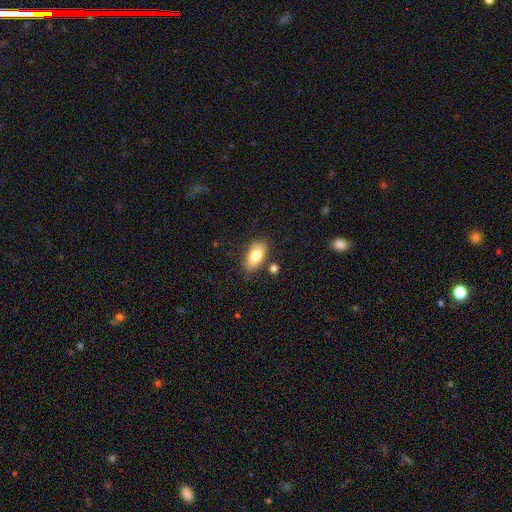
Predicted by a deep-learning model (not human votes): A smooth galaxy with no disk features (79%) that is in between round and cigar-shaped (89%). Merging: none (77%).